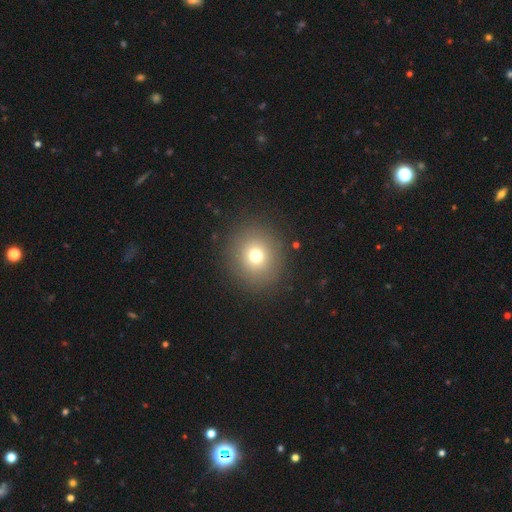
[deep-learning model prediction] Smooth or featured: smooth — 73% (star or artifact — 15%)
How rounded: round — 89% (in between — 10%)
Merging: none — 89% (minor disturbance — 6%)